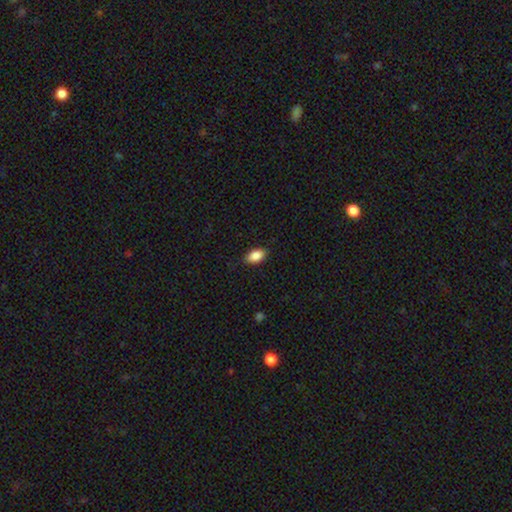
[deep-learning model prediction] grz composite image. It shows a smooth galaxy with no disk features (87%) that is in between round and cigar-shaped (90%). Merging: none (86%).